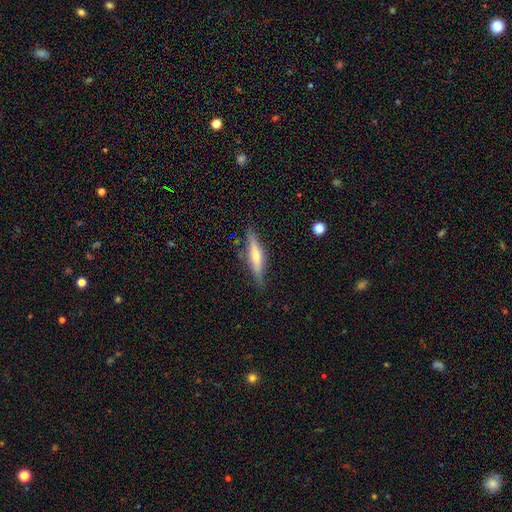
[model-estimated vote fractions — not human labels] Smooth or featured? Predicted: featured or disk (p=0.50). Edge-on disk? Predicted: yes (p=0.92). Merging? Predicted: none (p=0.81).